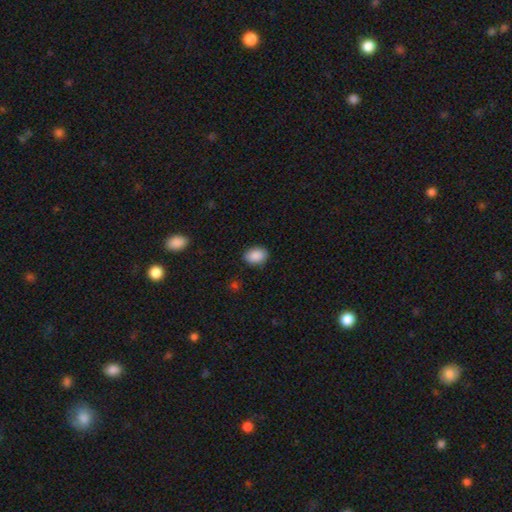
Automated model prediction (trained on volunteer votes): This appears to be a smooth galaxy with no disk features (89%) that is in between round and cigar-shaped (76%). Merging: none (86%).